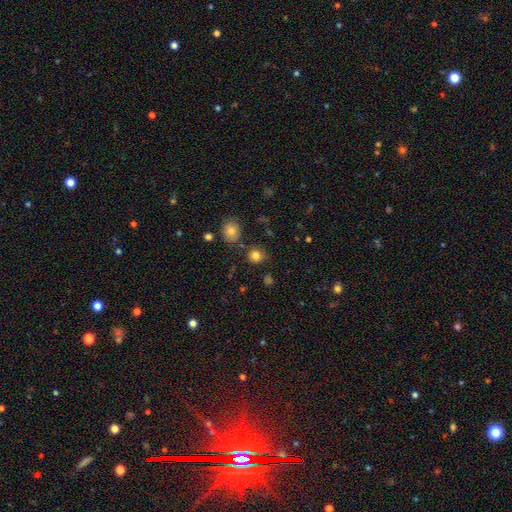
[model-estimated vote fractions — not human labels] This is clearly a smooth galaxy (82%). How rounded: clearly round (85%). Merging: clearly none (81%).